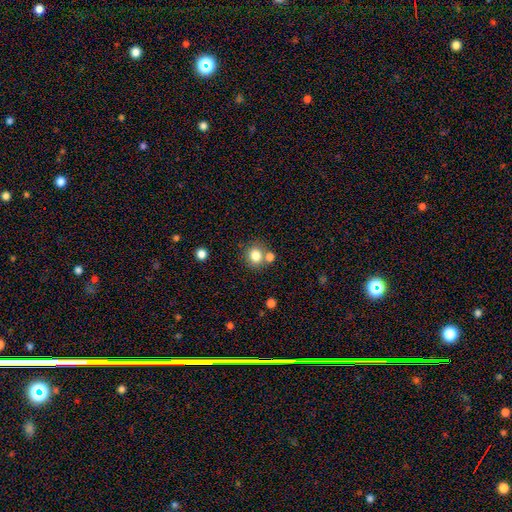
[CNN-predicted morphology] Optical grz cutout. It shows a smooth galaxy with no disk features (81%) that is round (79%). Merging: none (66%).